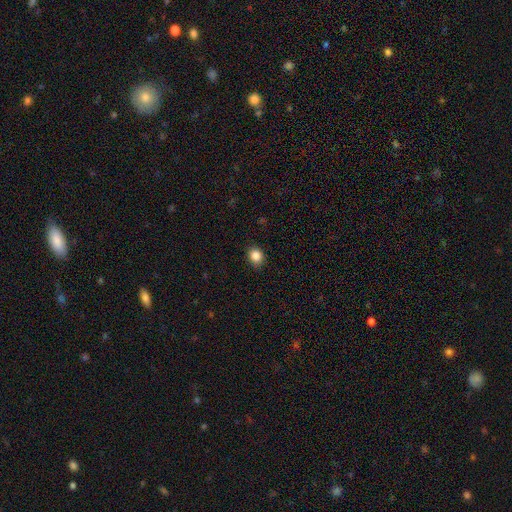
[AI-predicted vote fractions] smooth-or-featured: smooth: 86% | star or artifact: 10% | featured or disk: 4%
  how-rounded: round: 70% | in between: 29% | cigar-shaped: 1%
  merging: none: 88% | minor disturbance: 9% | major disturbance: 2% | merger: 1%